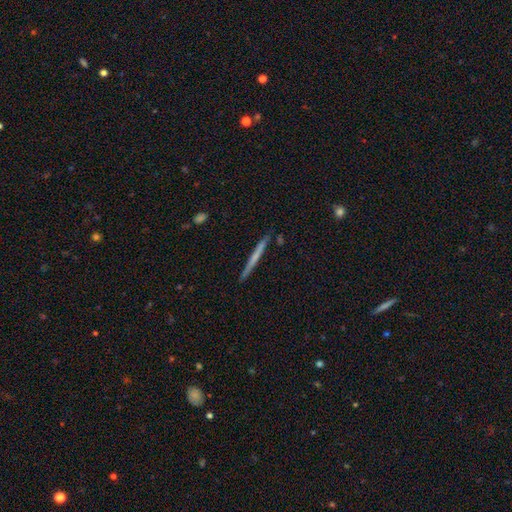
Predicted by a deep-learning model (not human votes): smooth-or-featured: smooth: 49% | featured or disk: 45% | star or artifact: 6%
  merging: none: 89% | minor disturbance: 8% | merger: 1% | major disturbance: 1%